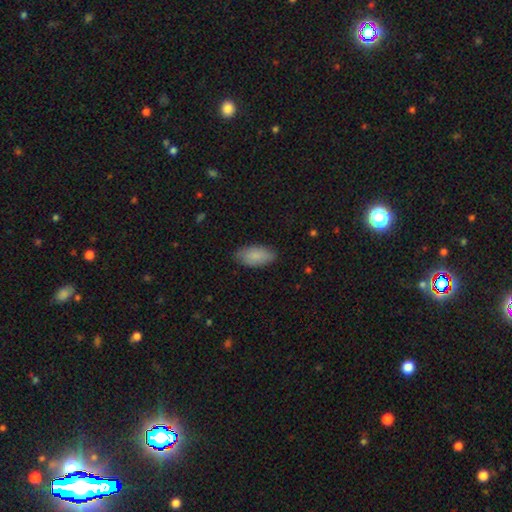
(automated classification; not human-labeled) A smooth galaxy with no disk features (85%) that is in between round and cigar-shaped (93%).

Vote fractions:
- Smooth or featured? smooth: 85% / featured or disk: 9% / star or artifact: 6%
- How rounded? in between: 93% / cigar-shaped: 4% / round: 2%
- Merging? none: 79% / minor disturbance: 17% / major disturbance: 3% / merger: 1%